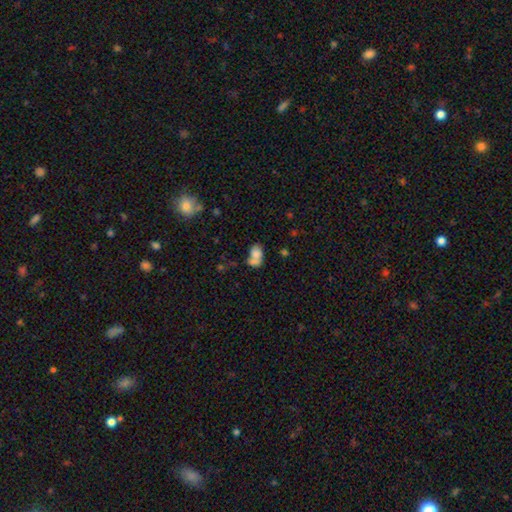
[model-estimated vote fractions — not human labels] A smooth galaxy with no disk features (72%) that is in between round and cigar-shaped (77%). Merging: merger (52%).